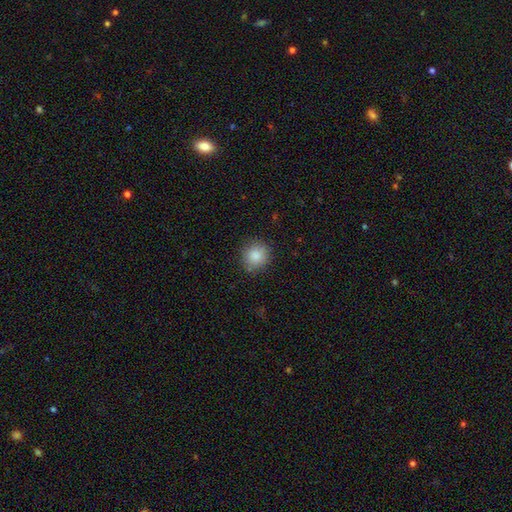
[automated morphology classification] smooth-or-featured: smooth: 85% | star or artifact: 9% | featured or disk: 6%
  how-rounded: round: 90% | in between: 9% | cigar-shaped: 1%
  merging: none: 85% | minor disturbance: 10% | major disturbance: 3% | merger: 1%